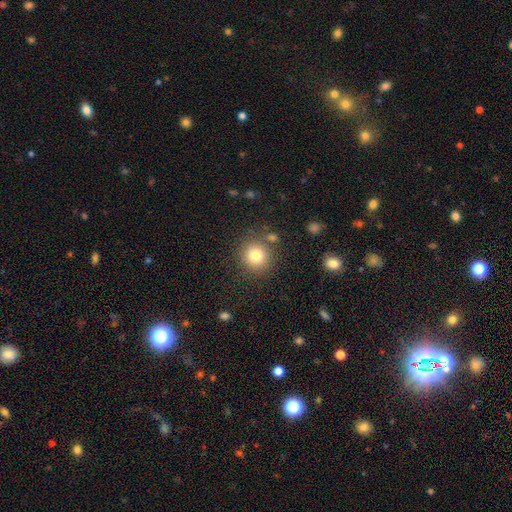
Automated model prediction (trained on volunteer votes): smooth-or-featured: smooth: 79% | star or artifact: 12% | featured or disk: 8%
  how-rounded: round: 92% | in between: 7% | cigar-shaped: 1%
  merging: none: 84% | minor disturbance: 8% | merger: 5% | major disturbance: 3%